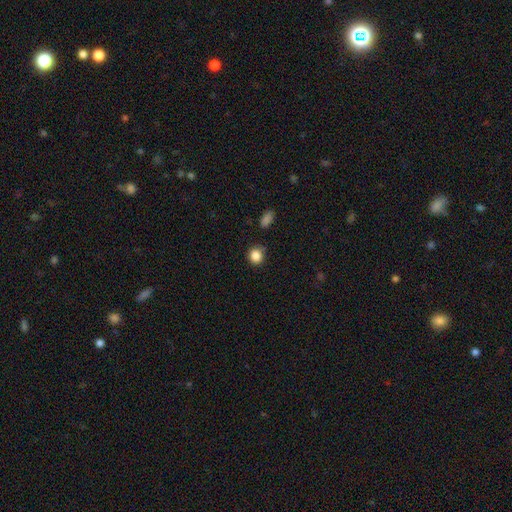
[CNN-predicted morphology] This appears to be a smooth galaxy with no disk features (86%) that is round (83%). Merging: none (82%).